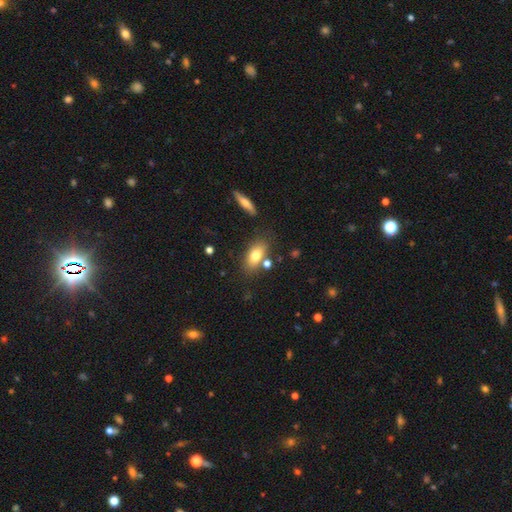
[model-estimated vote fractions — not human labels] Smooth or featured: smooth — 75% (featured or disk — 17%)
How rounded: in between — 84% (cigar-shaped — 9%)
Merging: none — 71% (minor disturbance — 13%)